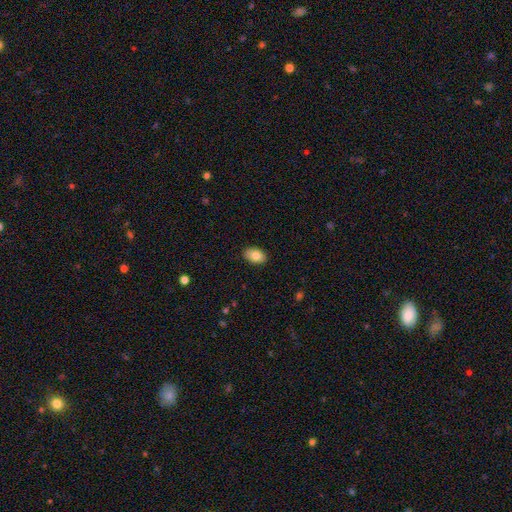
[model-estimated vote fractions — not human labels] Q: Smooth or featured?
A: smooth (83%); runner-up: featured or disk (10%)
Q: How rounded?
A: in between (88%); runner-up: round (10%)
Q: Merging?
A: none (88%); runner-up: minor disturbance (9%)